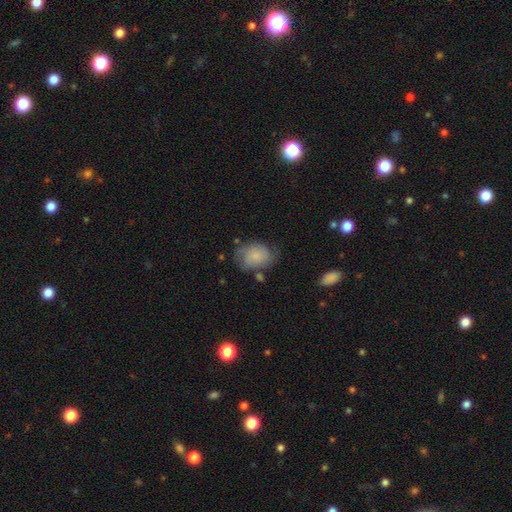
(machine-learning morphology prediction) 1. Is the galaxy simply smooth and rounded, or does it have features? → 65% smooth, 27% featured or disk, 8% star or artifact.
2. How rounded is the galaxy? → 70% in between, 29% round, 1% cigar-shaped.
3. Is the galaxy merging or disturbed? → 56% none, 28% minor disturbance, 12% major disturbance, 5% merger.